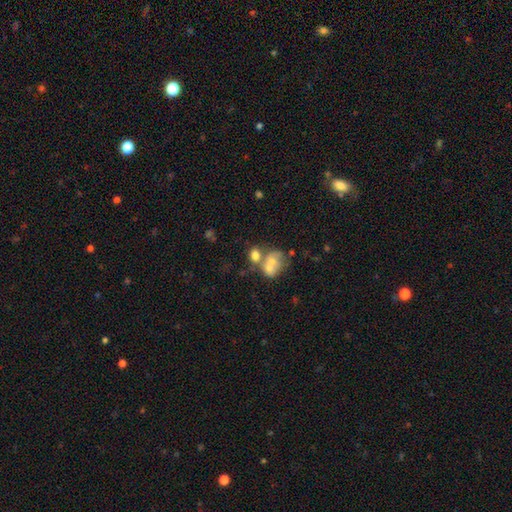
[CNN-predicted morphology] This is likely a smooth galaxy (66%). How rounded: possibly in between (57%). Merging: likely merger (60%).